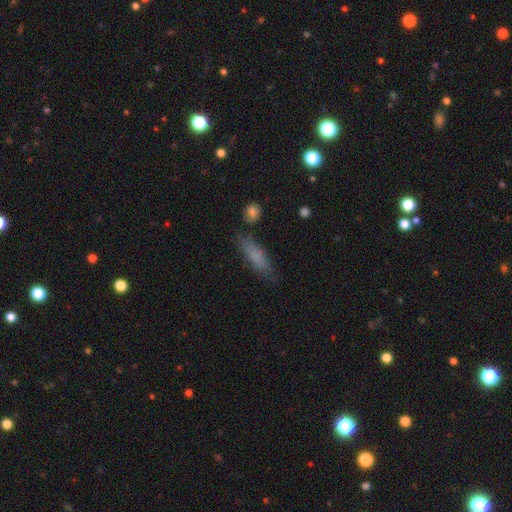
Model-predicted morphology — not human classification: type=smooth (73%); roundness=cigar-shaped (60%); merging=none (72%).